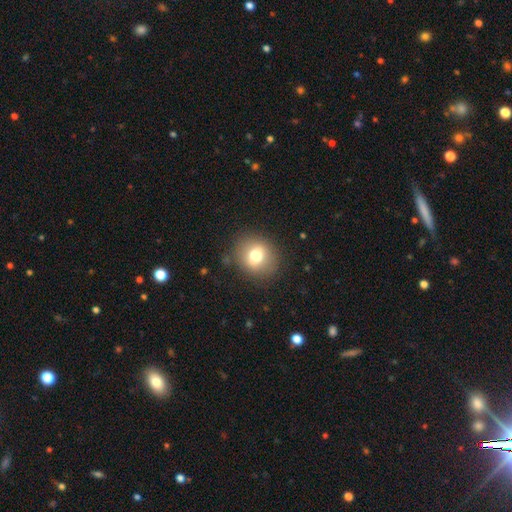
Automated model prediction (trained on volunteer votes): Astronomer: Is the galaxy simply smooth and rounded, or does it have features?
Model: smooth — 74%.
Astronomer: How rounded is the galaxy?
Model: round — 79%.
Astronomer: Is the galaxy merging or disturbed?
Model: none — 85%.